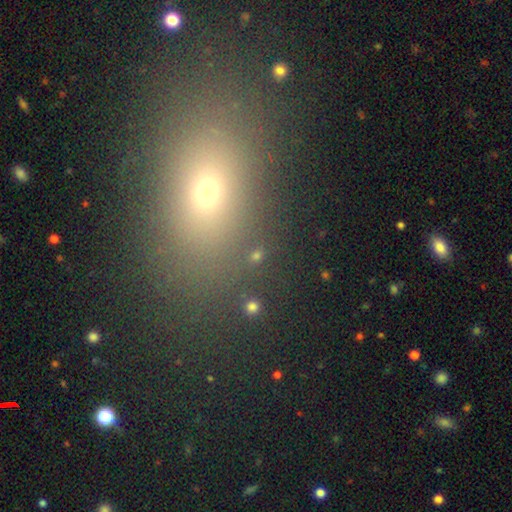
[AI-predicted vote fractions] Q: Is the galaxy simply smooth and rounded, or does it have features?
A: smooth — 60%.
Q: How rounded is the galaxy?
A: in between — 69%.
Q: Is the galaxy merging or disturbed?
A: none — 81%.